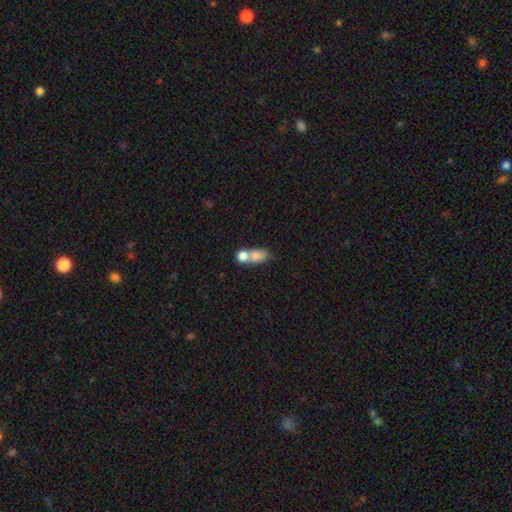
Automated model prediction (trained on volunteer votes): This appears to be a smooth galaxy with no disk features (75%) that is in between round and cigar-shaped (65%). Merging: merger (63%).